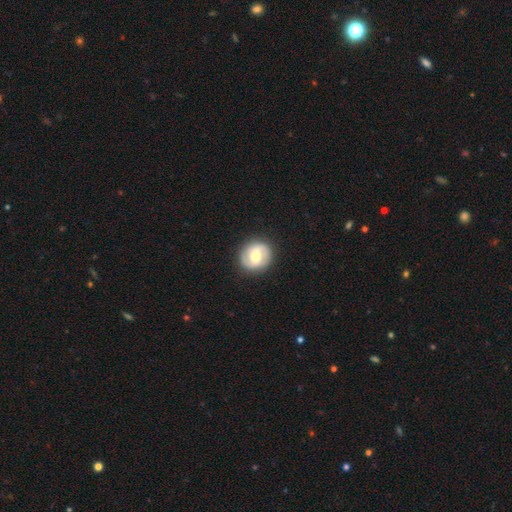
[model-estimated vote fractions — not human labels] This appears to be a featured or disk galaxy (65%) with a weak bar (46%), 2 (89%) medium (45%) spiral arms (86%) and a moderate central bulge (49%). Merging: none (87%).